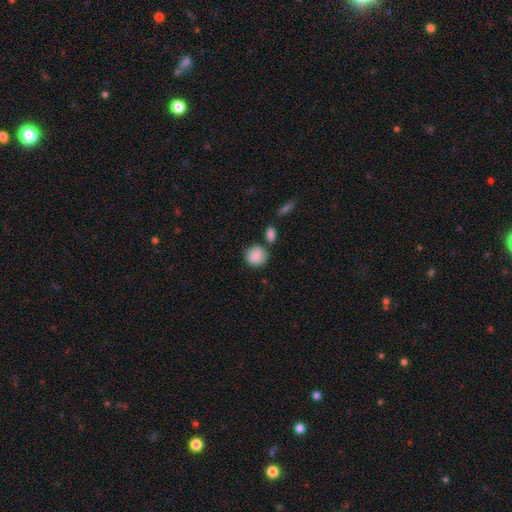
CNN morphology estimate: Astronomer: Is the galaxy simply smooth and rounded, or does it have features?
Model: smooth — 88%.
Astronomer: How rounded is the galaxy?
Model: round — 86%.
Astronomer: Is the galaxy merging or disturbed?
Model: none — 72%.